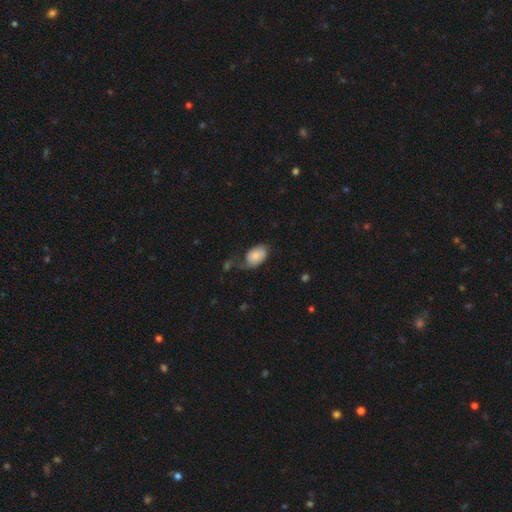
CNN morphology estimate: smooth-or-featured: smooth: 71% | featured or disk: 22% | star or artifact: 7%
  how-rounded: in between: 87% | round: 11% | cigar-shaped: 1%
  merging: none: 40% | minor disturbance: 31% | major disturbance: 24% | merger: 5%